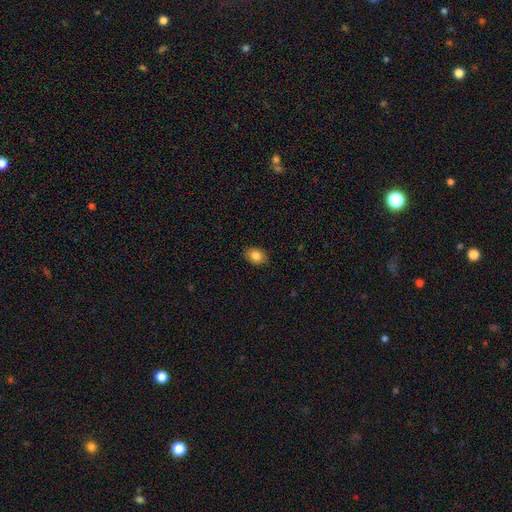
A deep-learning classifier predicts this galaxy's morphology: smooth_or_featured: smooth (p=0.83) [alt: star or artifact p=0.09]
how_rounded: in between (p=0.69) [alt: round p=0.30]
merging: none (p=0.87) [alt: minor disturbance p=0.10]